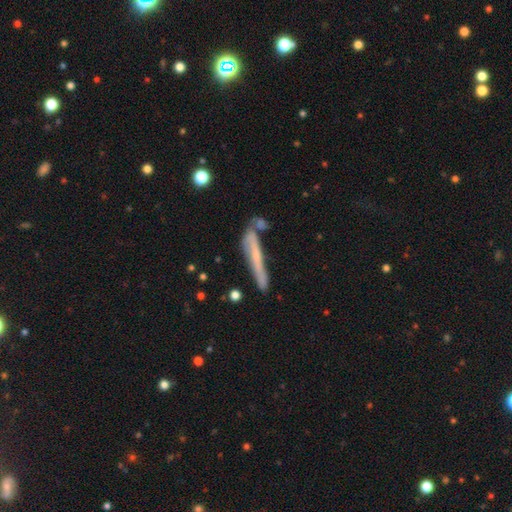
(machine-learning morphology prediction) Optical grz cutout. It shows a featured or disk galaxy (48%). Merging: none (54%).